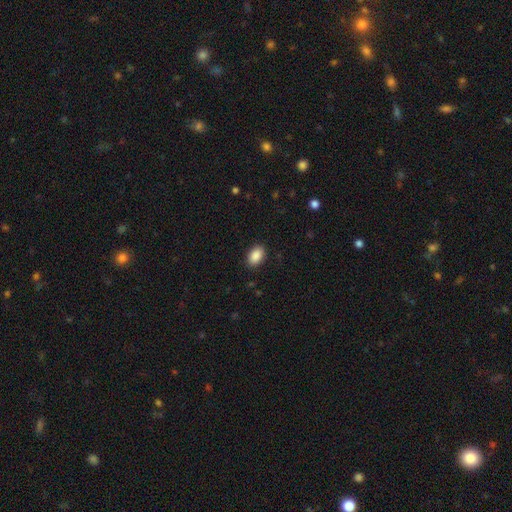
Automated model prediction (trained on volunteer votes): smooth 89%, star or artifact 7%, featured or disk 3%. Down the decision tree: how rounded — in between (87%); merging — none (89%).